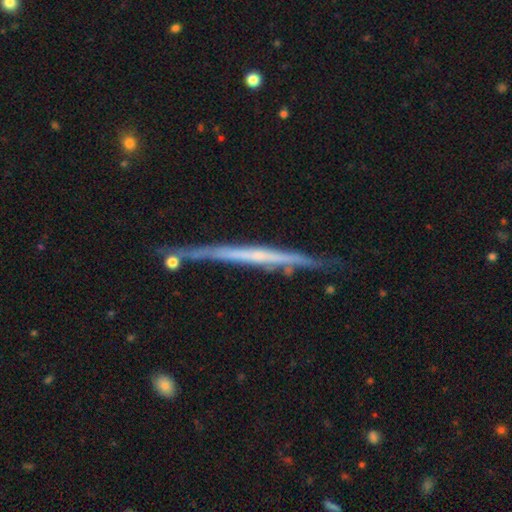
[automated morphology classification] This is likely a featured or disk galaxy (70%). It is clearly viewed edge-on (96%). Edge-on bulge: likely none (79%). Merging: likely none (78%).